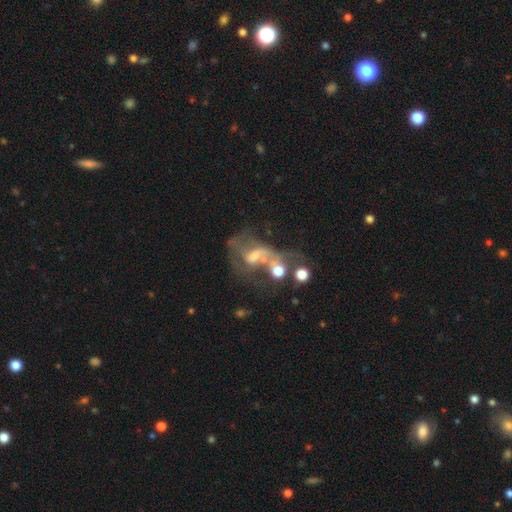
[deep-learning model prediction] featured or disk 61%, smooth 20%, star or artifact 19%. Down the decision tree: edge-on disk — no (95%); bar — no (57%); spiral arms — no (54%); bulge size — moderate (36%); merging — merger (38%).